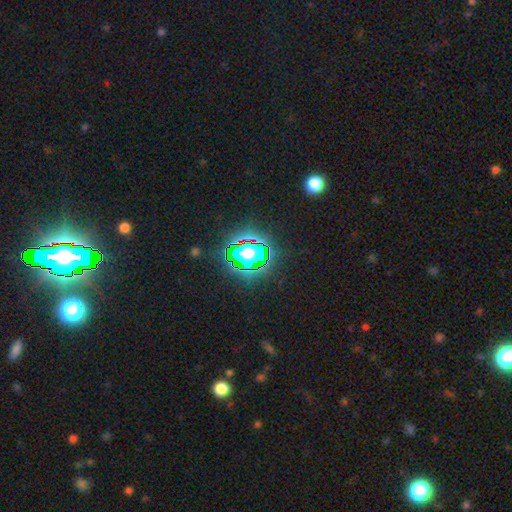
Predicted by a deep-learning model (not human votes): smooth_or_featured: star or artifact (p=0.67) [alt: smooth p=0.21]